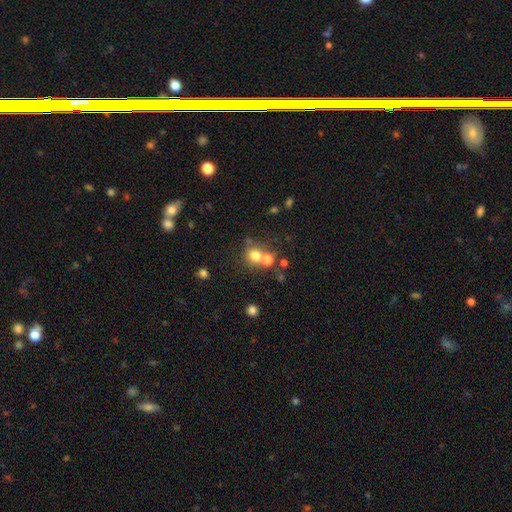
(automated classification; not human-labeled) Smooth or featured: smooth — 73% (star or artifact — 15%)
How rounded: round — 85% (in between — 14%)
Merging: none — 51% (merger — 37%)